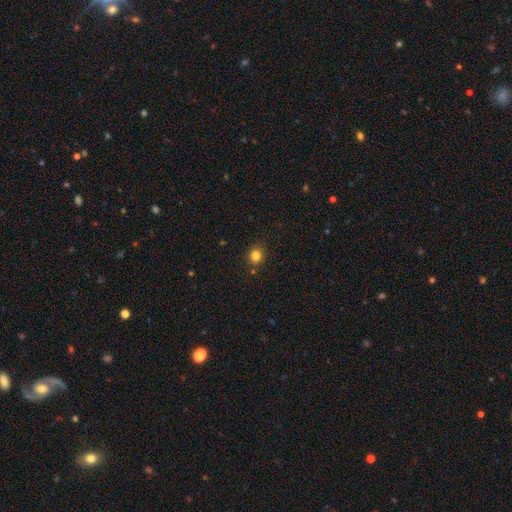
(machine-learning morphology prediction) A smooth galaxy with no disk features (81%) that is round (85%).

Vote fractions:
- Smooth or featured? smooth: 81% / star or artifact: 14% / featured or disk: 5%
- How rounded? round: 85% / in between: 15% / cigar-shaped: 1%
- Merging? none: 86% / minor disturbance: 9% / merger: 3% / major disturbance: 2%